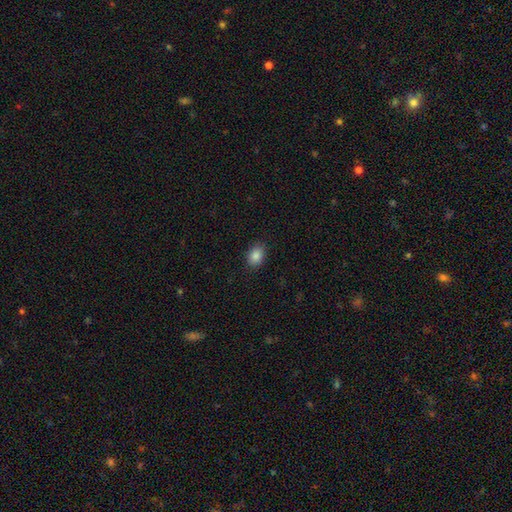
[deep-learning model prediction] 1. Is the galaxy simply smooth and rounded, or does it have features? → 86% smooth, 9% star or artifact, 4% featured or disk.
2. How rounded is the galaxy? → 69% in between, 30% round, 1% cigar-shaped.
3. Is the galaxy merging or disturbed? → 87% none, 9% minor disturbance, 2% major disturbance, 1% merger.